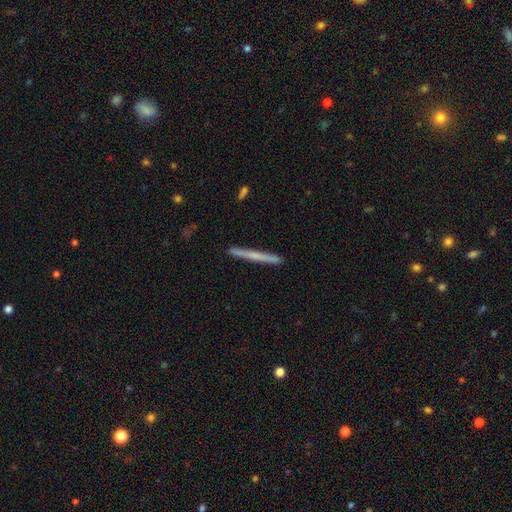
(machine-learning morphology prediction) Smooth or featured? Predicted: featured or disk (p=0.48). Merging? Predicted: none (p=0.92).